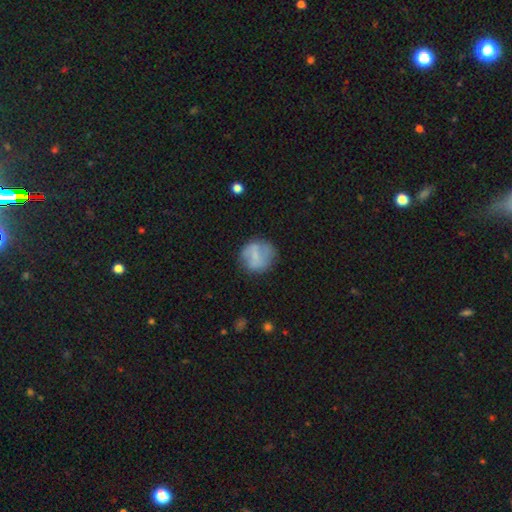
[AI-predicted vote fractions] Morphology: type=smooth (58%); roundness=round (83%); merging=none (66%).